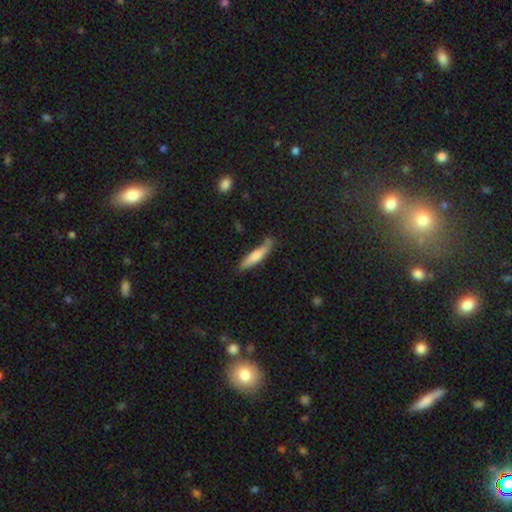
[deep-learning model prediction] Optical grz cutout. It shows a smooth galaxy with no disk features (69%) that is cigar-shaped (84%). Merging: none (72%).